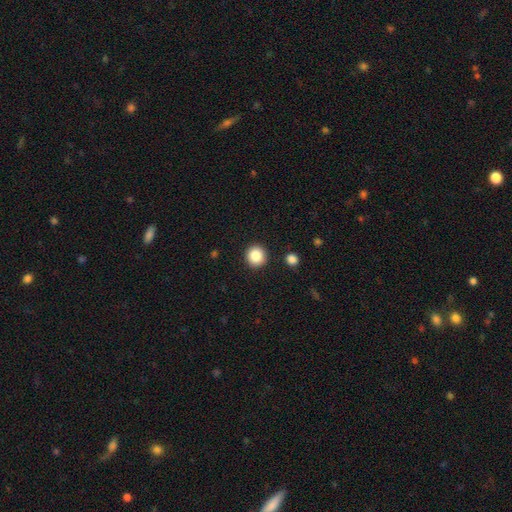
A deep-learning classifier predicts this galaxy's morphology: Smooth or featured?
  - smooth: 86% *
  - star or artifact: 9%
  - featured or disk: 4%
How rounded?
  - round: 93% *
  - in between: 6%
  - cigar-shaped: 1%
Merging?
  - none: 91% *
  - minor disturbance: 5%
  - major disturbance: 2%
  - merger: 2%